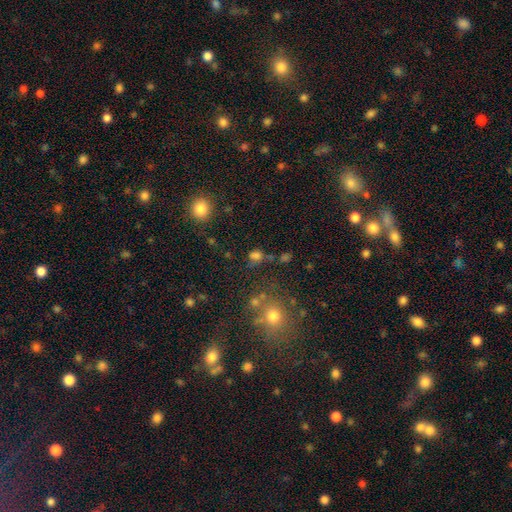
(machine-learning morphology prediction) This is likely a smooth galaxy (67%). How rounded: possibly round (55%). Merging: possibly none (56%).